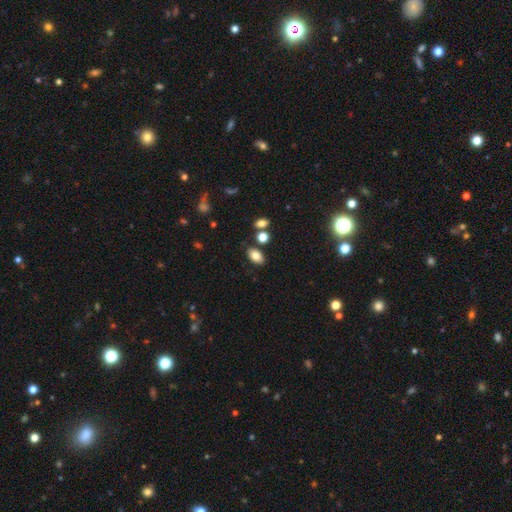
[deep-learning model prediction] Smooth or featured? smooth (80%)
How rounded? in between (90%)
Merging? none (79%)